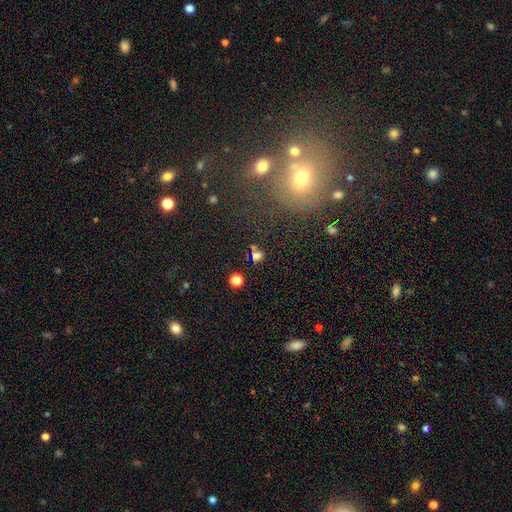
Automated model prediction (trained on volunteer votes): Smooth or featured?
  - smooth: 63% *
  - star or artifact: 30%
  - featured or disk: 8%
How rounded?
  - round: 67% *
  - in between: 30%
  - cigar-shaped: 2%
Merging?
  - none: 72% *
  - merger: 12%
  - minor disturbance: 11%
  - major disturbance: 5%